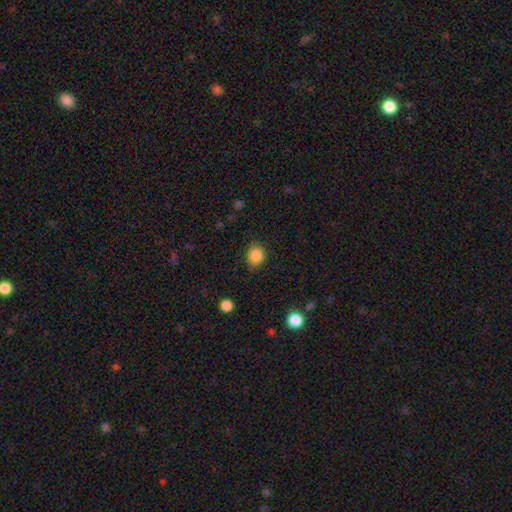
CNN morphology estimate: Smooth or featured?
  - smooth: 86% *
  - star or artifact: 10%
  - featured or disk: 4%
How rounded?
  - round: 73% *
  - in between: 27%
  - cigar-shaped: 1%
Merging?
  - none: 82% *
  - minor disturbance: 13%
  - major disturbance: 3%
  - merger: 1%